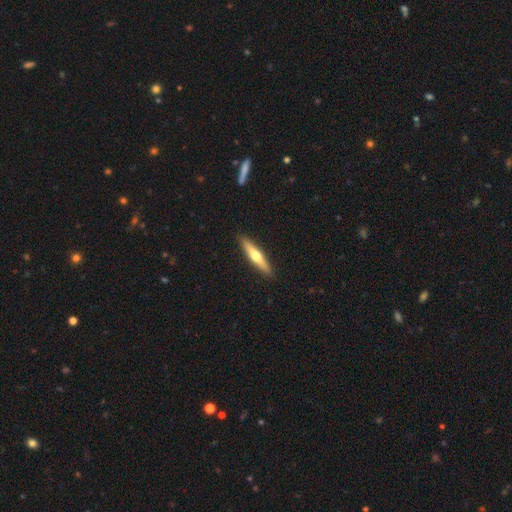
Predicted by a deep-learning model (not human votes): Smooth or featured? featured or disk (49%)
Merging? none (91%)